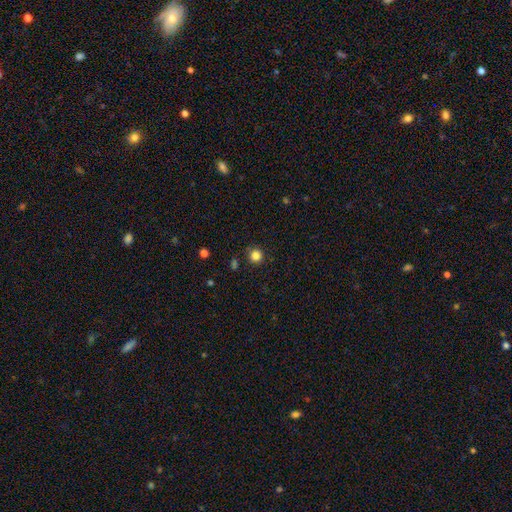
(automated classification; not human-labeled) The model was most divided on "smooth or featured": smooth: 84%, star or artifact: 12%, featured or disk: 4%. More confident: how rounded — round (94%); merging — none (90%).